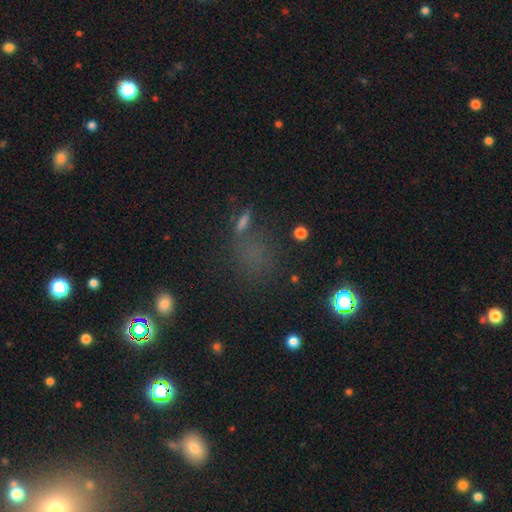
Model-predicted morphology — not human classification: smooth-or-featured: smooth: 46% | star or artifact: 39% | featured or disk: 14%
  merging: none: 50% | major disturbance: 20% | minor disturbance: 17% | merger: 13%